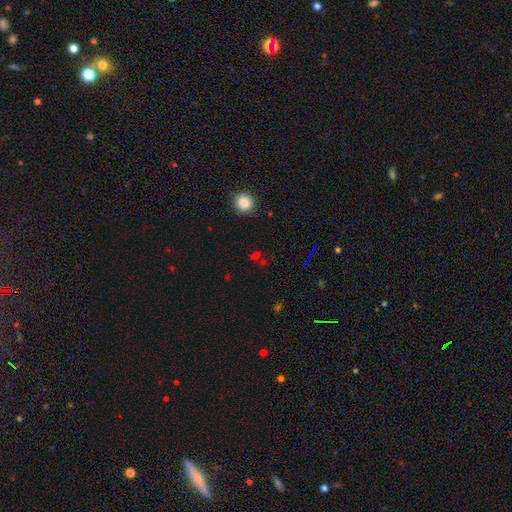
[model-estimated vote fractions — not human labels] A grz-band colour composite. It shows a smooth galaxy with no disk features (47%). Merging: none (74%).